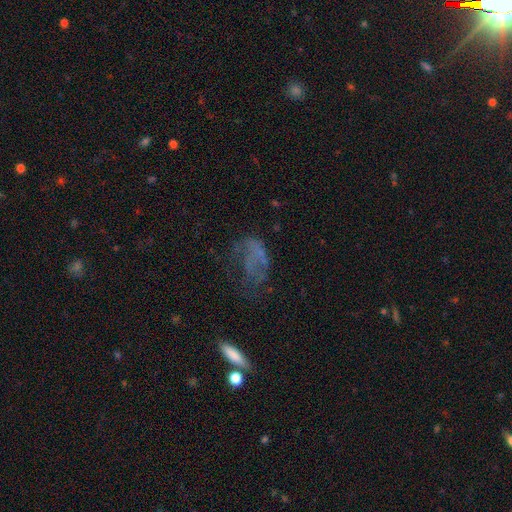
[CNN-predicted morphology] featured or disk 43%, smooth 38%, star or artifact 18%. Down the decision tree: merging — major disturbance (44%).